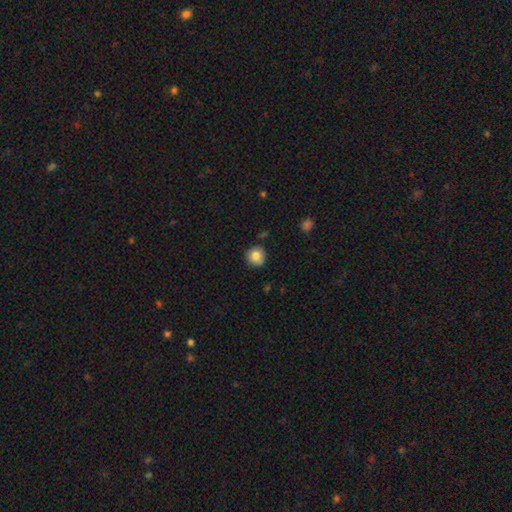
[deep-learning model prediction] Smooth or featured? smooth (84%)
How rounded? round (92%)
Merging? none (84%)